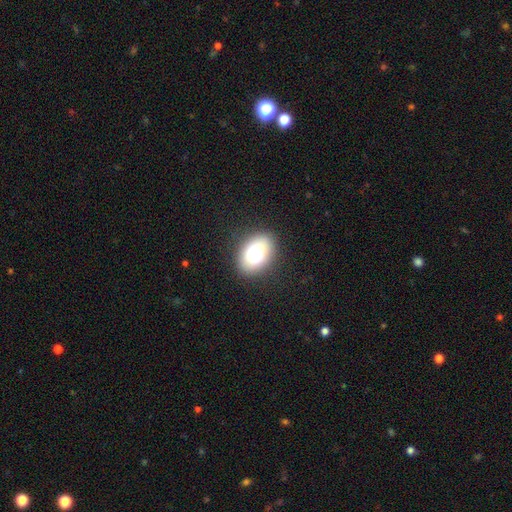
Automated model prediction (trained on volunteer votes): Morphology: type=smooth (77%); roundness=in between (75%); merging=none (86%).